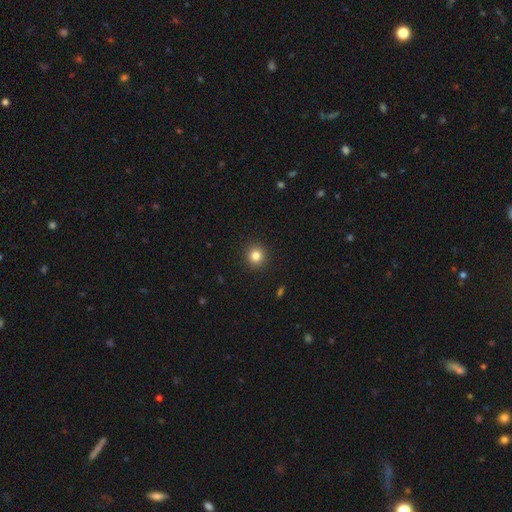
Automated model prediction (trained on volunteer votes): This appears to be a smooth galaxy with no disk features (83%) that is round (92%). Merging: none (92%).